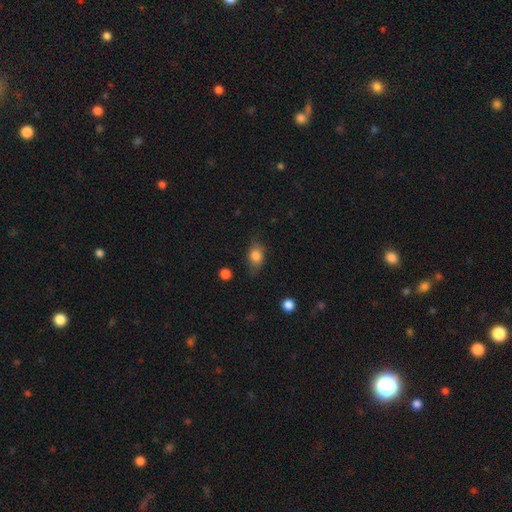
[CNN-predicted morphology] Smooth or featured: smooth — 79% (featured or disk — 12%)
How rounded: in between — 70% (round — 27%)
Merging: none — 66% (minor disturbance — 25%)